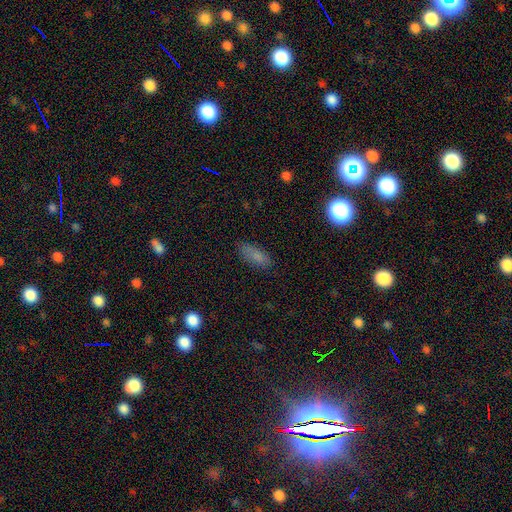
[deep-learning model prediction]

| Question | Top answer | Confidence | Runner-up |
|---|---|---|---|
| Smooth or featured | smooth | 80% | star or artifact (12%) |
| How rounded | in between | 80% | cigar-shaped (17%) |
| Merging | none | 78% | minor disturbance (16%) |